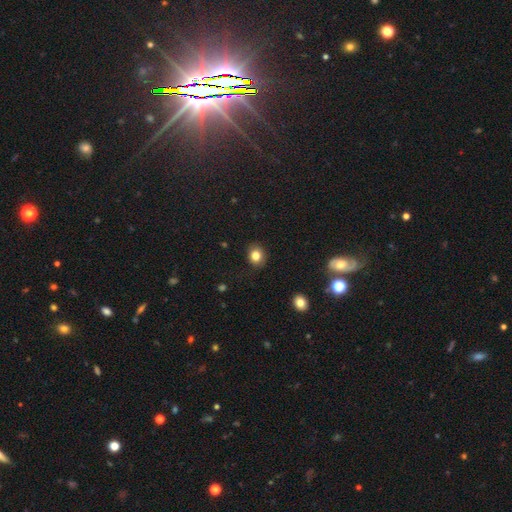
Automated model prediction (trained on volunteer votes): Overall: smooth (82%). How rounded: round (70%). Merging: none (87%).